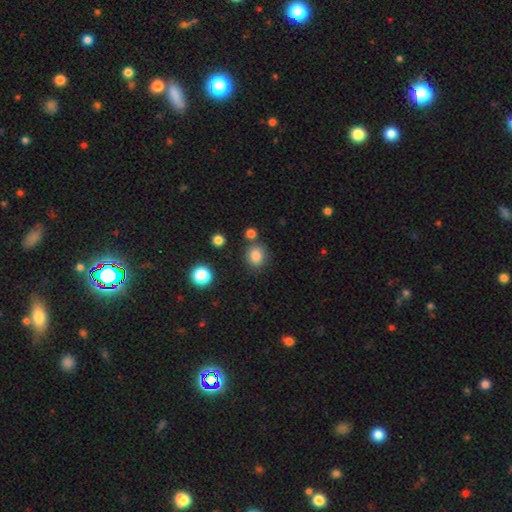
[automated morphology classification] Overall: smooth (83%). How rounded: round (73%). Merging: none (78%).